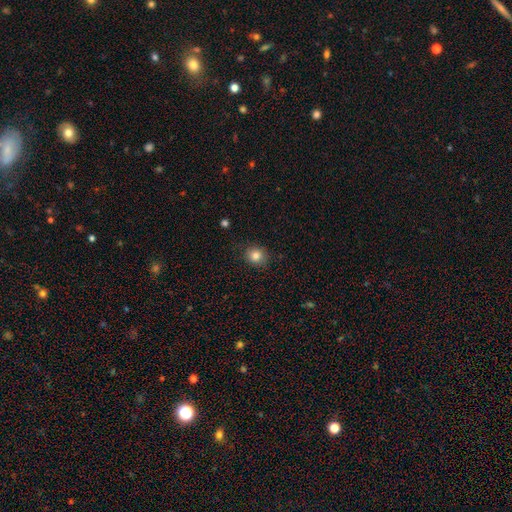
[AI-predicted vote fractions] This is clearly a smooth galaxy (83%). How rounded: clearly round (82%). Merging: clearly none (87%).